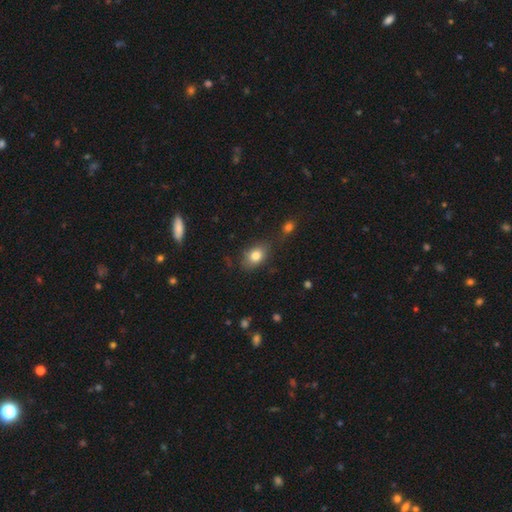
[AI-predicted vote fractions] Morphology: type=smooth (81%); roundness=in between (76%); merging=none (70%).